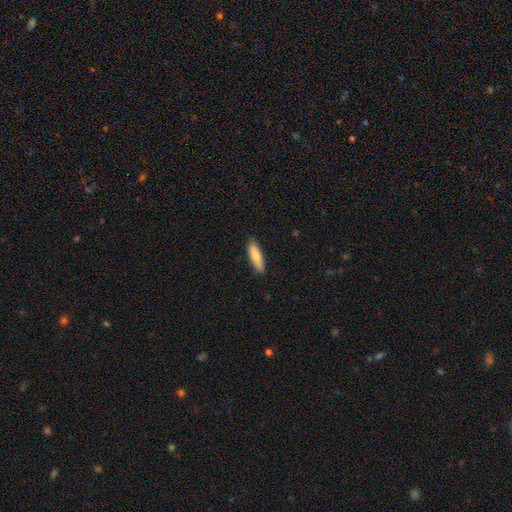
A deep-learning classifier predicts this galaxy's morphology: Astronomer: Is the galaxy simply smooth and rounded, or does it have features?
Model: smooth — 79%.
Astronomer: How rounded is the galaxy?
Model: cigar-shaped — 66%.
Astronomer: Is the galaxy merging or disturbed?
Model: none — 87%.